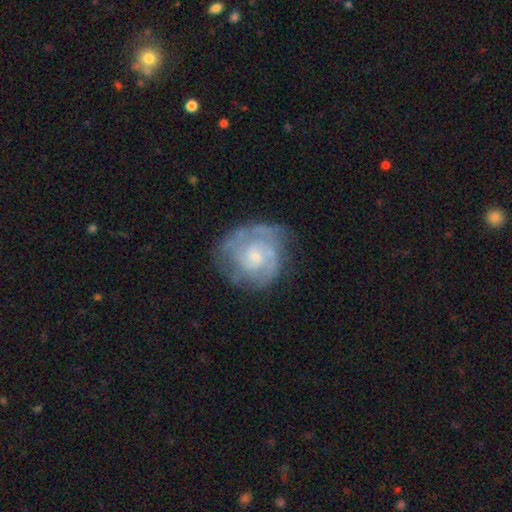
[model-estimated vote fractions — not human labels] Q: Smooth or featured?
A: featured or disk (83%); runner-up: smooth (12%)
Q: Edge-on disk?
A: no (98%); runner-up: yes (2%)
Q: Bar?
A: no (64%); runner-up: weak (32%)
Q: Spiral arms?
A: yes (94%); runner-up: no (6%)
Q: Spiral winding?
A: tight (61%); runner-up: medium (33%)
Q: Spiral arm count?
A: 2 (48%); runner-up: can't tell (22%)
Q: Bulge size?
A: small (66%); runner-up: moderate (26%)
Q: Merging?
A: none (69%); runner-up: minor disturbance (20%)